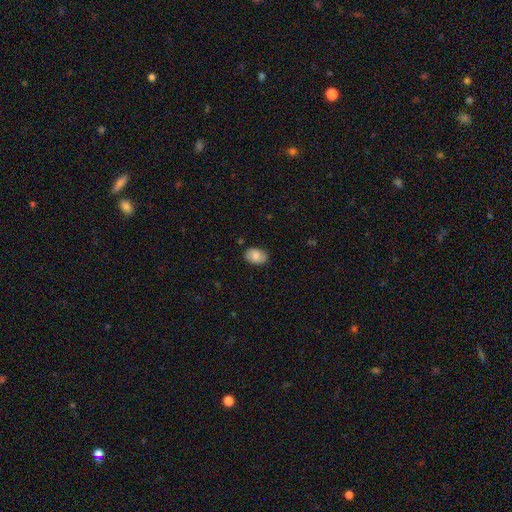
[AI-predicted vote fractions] smooth-or-featured: smooth: 80% | featured or disk: 13% | star or artifact: 7%
  how-rounded: in between: 83% | round: 16% | cigar-shaped: 1%
  merging: none: 81% | minor disturbance: 15% | major disturbance: 3% | merger: 1%